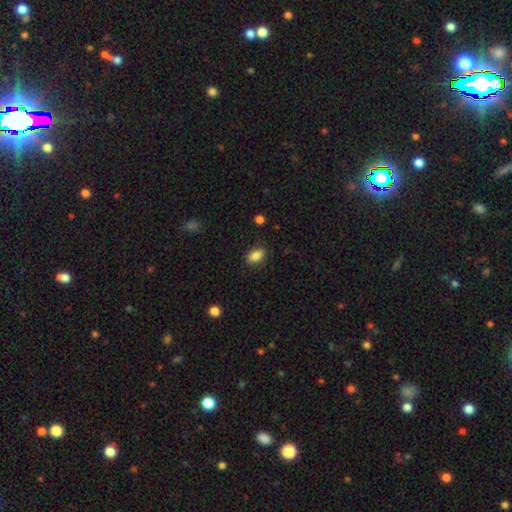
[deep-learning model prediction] Q: Smooth or featured?
A: smooth (87%); runner-up: star or artifact (8%)
Q: How rounded?
A: in between (88%); runner-up: round (9%)
Q: Merging?
A: none (82%); runner-up: minor disturbance (14%)